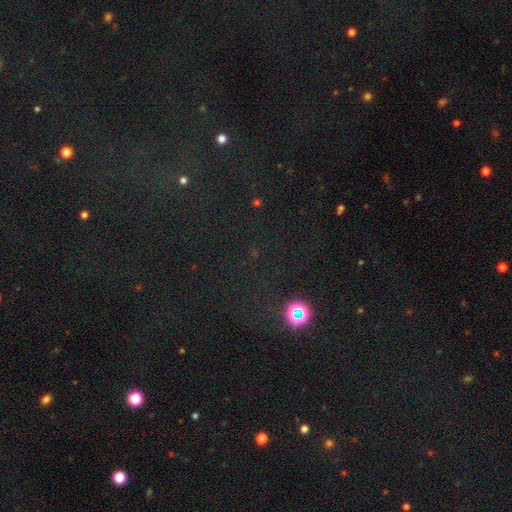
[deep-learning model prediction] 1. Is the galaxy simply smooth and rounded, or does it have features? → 72% star or artifact, 20% smooth, 8% featured or disk.